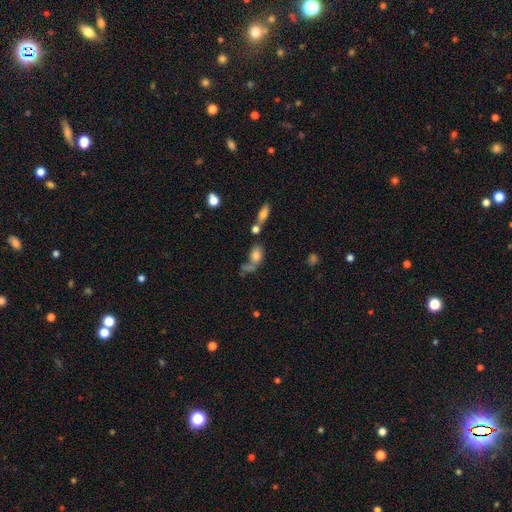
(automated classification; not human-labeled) This is likely a smooth galaxy (72%). How rounded: likely in between (78%). Merging: marginally none (34%).